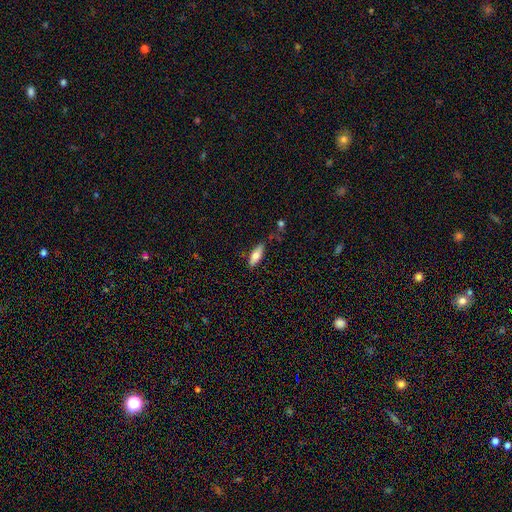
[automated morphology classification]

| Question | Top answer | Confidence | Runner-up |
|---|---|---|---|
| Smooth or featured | smooth | 75% | featured or disk (19%) |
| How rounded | in between | 67% | cigar-shaped (31%) |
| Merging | none | 76% | minor disturbance (17%) |